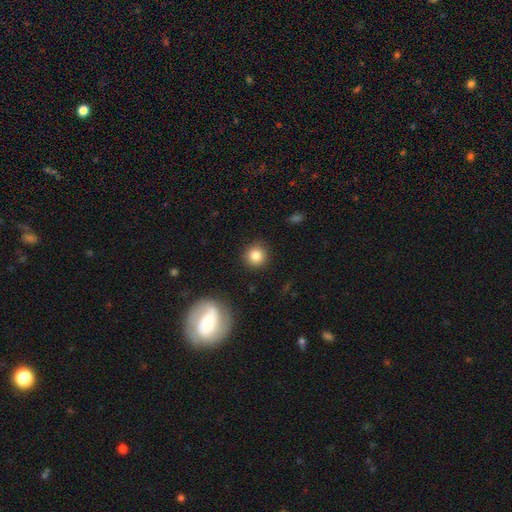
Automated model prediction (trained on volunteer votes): This appears to be a smooth galaxy with no disk features (84%) that is round (93%). Merging: none (90%).